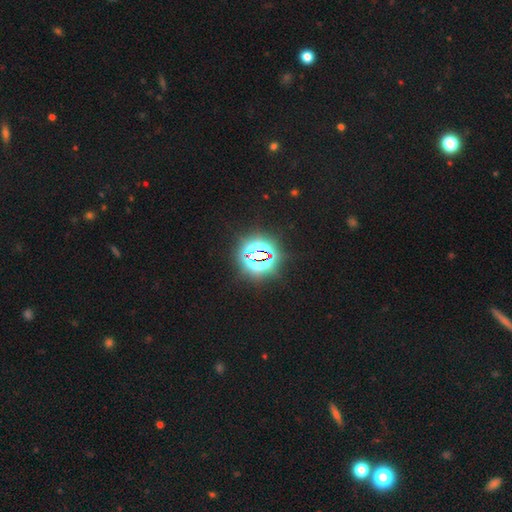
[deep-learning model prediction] Morphology: type=star or artifact (78%).